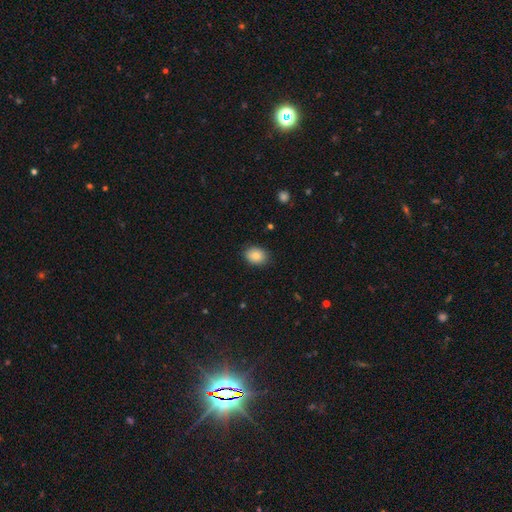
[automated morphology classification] A smooth galaxy with no disk features (84%) that is in between round and cigar-shaped (67%). Merging: none (87%).